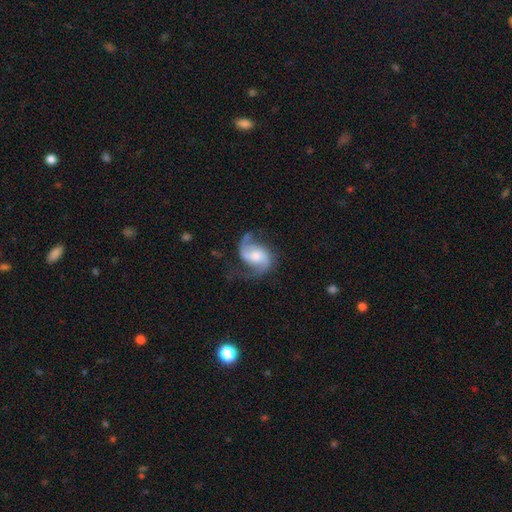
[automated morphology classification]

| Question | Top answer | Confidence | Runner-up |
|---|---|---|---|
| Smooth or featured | featured or disk | 83% | smooth (11%) |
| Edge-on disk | no | 98% | yes (2%) |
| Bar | no | 50% | weak (40%) |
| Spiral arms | yes | 96% | no (4%) |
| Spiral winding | medium | 46% | loose (41%) |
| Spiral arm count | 2 | 88% | 1 (5%) |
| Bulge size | moderate | 50% | small (27%) |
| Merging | none | 57% | minor disturbance (22%) |